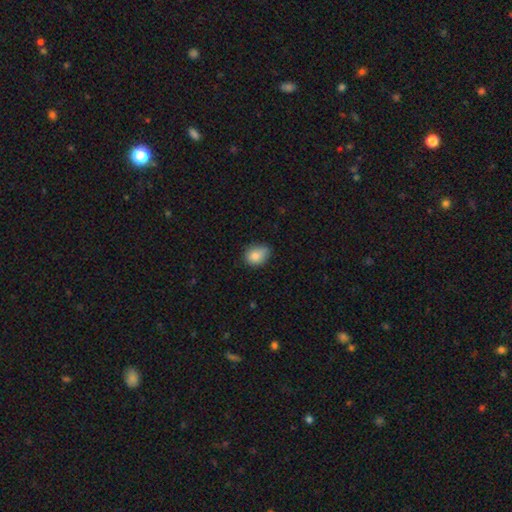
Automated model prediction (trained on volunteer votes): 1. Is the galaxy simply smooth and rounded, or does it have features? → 84% smooth, 9% star or artifact, 7% featured or disk.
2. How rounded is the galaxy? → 60% in between, 39% round, 1% cigar-shaped.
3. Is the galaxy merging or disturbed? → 57% none, 35% minor disturbance, 6% major disturbance, 2% merger.